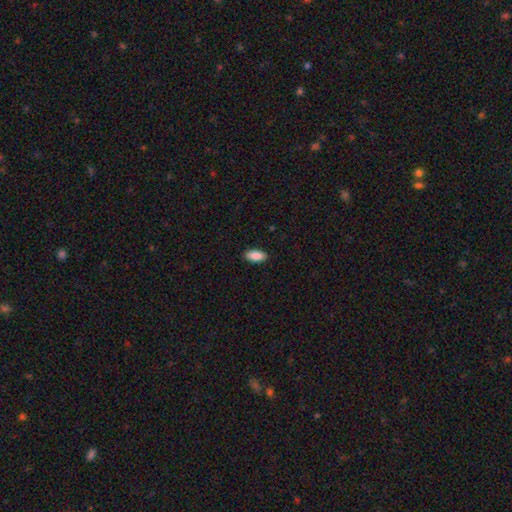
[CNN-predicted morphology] smooth_or_featured: smooth (p=0.89) [alt: star or artifact p=0.06]
how_rounded: in between (p=0.91) [alt: cigar-shaped p=0.07]
merging: none (p=0.90) [alt: minor disturbance p=0.08]